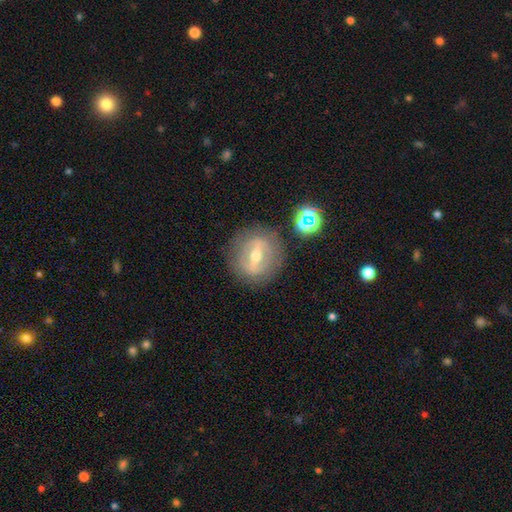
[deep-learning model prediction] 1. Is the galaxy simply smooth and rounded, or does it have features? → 70% featured or disk, 21% smooth, 9% star or artifact.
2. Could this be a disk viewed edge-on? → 87% no, 13% yes.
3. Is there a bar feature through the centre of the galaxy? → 65% strong, 25% weak, 9% no.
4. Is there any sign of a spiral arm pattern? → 69% no, 31% yes.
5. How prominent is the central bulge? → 60% moderate, 35% small, 3% large, 1% none, 1% dominant.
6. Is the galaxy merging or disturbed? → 82% none, 11% minor disturbance, 5% major disturbance, 2% merger.